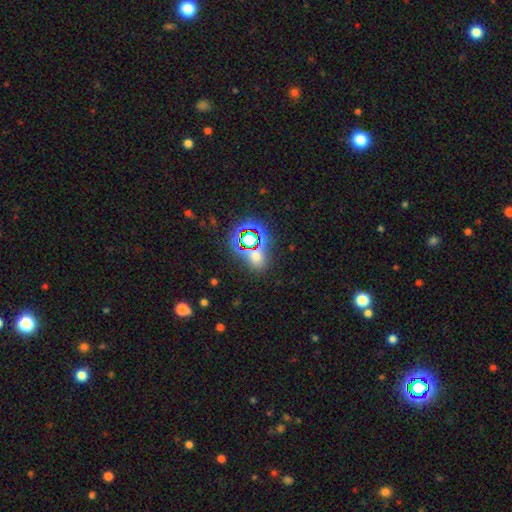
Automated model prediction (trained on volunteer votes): smooth-or-featured: star or artifact: 47% | smooth: 44% | featured or disk: 9%